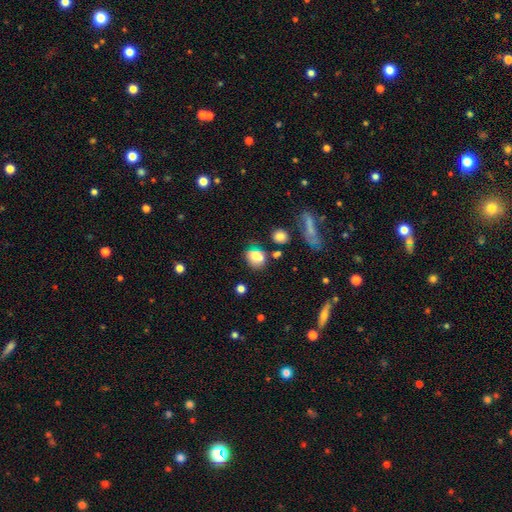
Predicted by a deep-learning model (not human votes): smooth_or_featured: smooth (p=0.73) [alt: featured or disk p=0.15]
how_rounded: in between (p=0.51) [alt: round p=0.47]
merging: none (p=0.54) [alt: minor disturbance p=0.22]